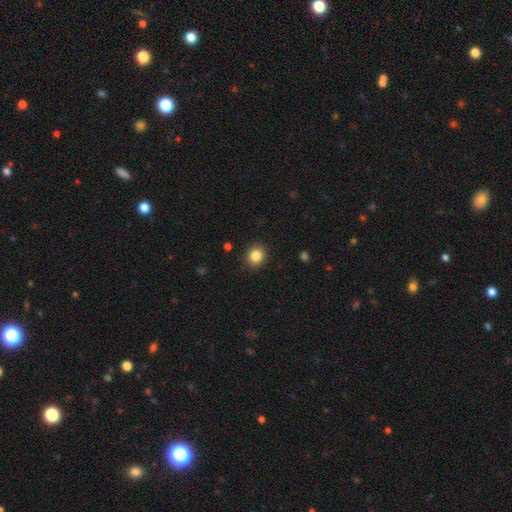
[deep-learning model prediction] Smooth or featured? smooth (85%)
How rounded? round (77%)
Merging? none (89%)